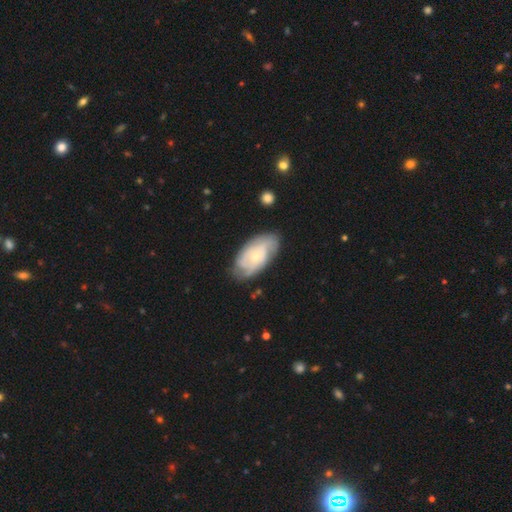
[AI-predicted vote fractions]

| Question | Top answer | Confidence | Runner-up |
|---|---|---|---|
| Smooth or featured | featured or disk | 74% | smooth (20%) |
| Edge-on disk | no | 95% | yes (5%) |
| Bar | no | 73% | weak (23%) |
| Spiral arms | yes | 92% | no (8%) |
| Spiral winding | tight | 61% | medium (31%) |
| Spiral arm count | can't tell | 37% | 2 (25%) |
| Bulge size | small | 66% | moderate (30%) |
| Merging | none | 74% | minor disturbance (20%) |